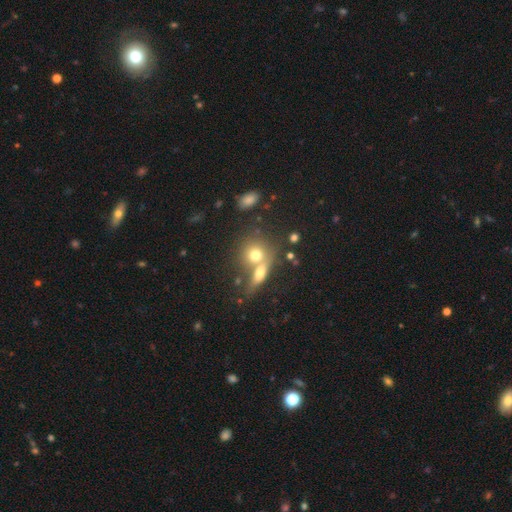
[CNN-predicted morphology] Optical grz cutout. It shows a smooth galaxy with no disk features (69%) that is round (69%). Merging: merger (50%).